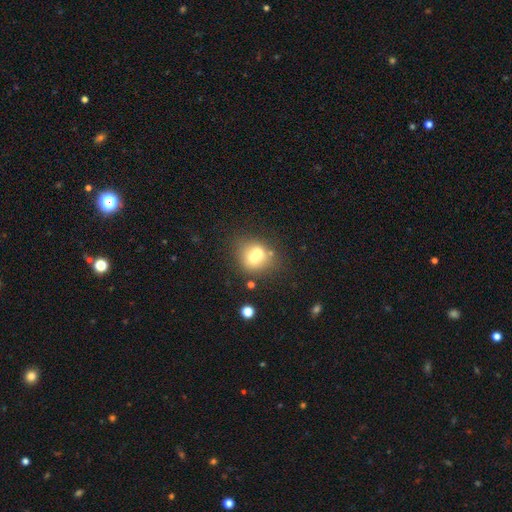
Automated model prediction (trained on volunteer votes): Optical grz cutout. It shows a smooth galaxy with no disk features (62%) that is round (80%). Merging: merger (53%).